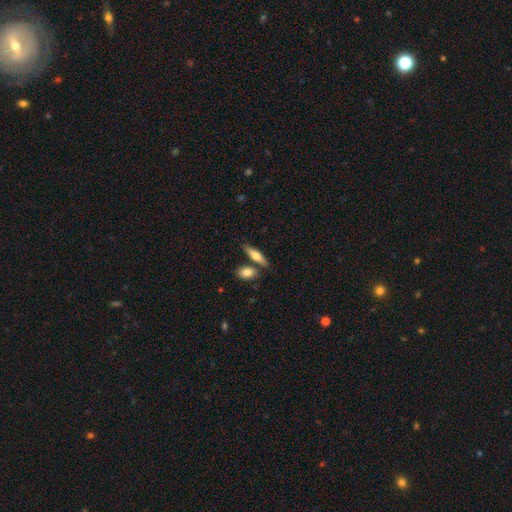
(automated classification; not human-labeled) Q: Smooth or featured?
A: smooth (59%); runner-up: featured or disk (35%)
Q: How rounded?
A: cigar-shaped (54%); runner-up: in between (42%)
Q: Merging?
A: none (71%); runner-up: merger (17%)